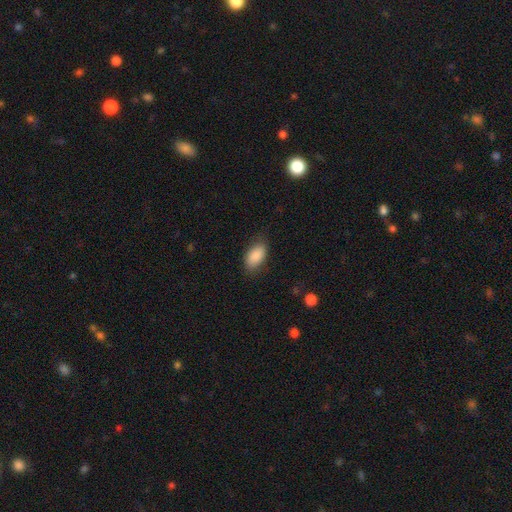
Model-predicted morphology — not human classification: Smooth or featured? Predicted: smooth (p=0.87). How rounded? Predicted: in between (p=0.93). Merging? Predicted: none (p=0.79).